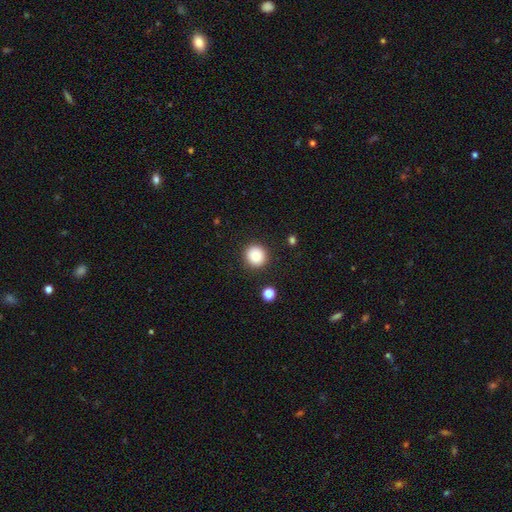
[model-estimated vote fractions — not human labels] Q: Smooth or featured?
A: smooth (87%); runner-up: star or artifact (9%)
Q: How rounded?
A: round (92%); runner-up: in between (7%)
Q: Merging?
A: none (90%); runner-up: minor disturbance (6%)